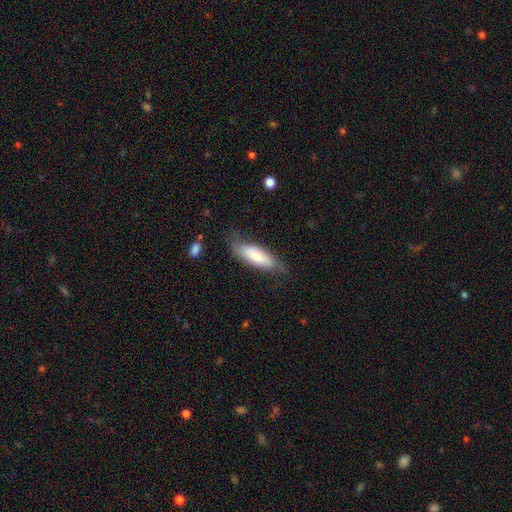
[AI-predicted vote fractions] A smooth galaxy with no disk features (68%) that is in between round and cigar-shaped (57%).

Vote fractions:
- Smooth or featured? smooth: 68% / featured or disk: 25% / star or artifact: 7%
- How rounded? in between: 57% / cigar-shaped: 41% / round: 2%
- Merging? none: 69% / minor disturbance: 22% / major disturbance: 7% / merger: 1%